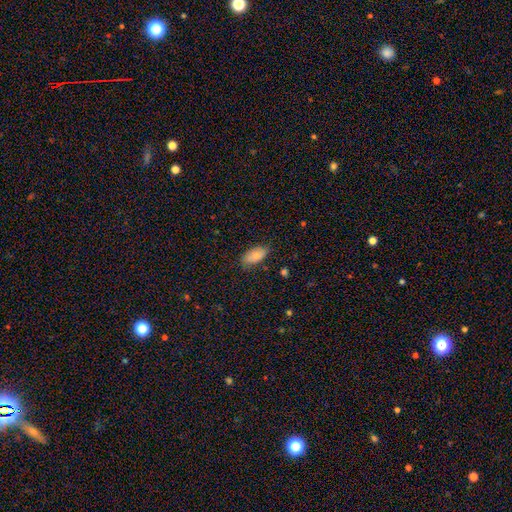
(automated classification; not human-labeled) smooth 76%, featured or disk 16%, star or artifact 7%. Down the decision tree: how rounded — in between (93%); merging — none (79%).